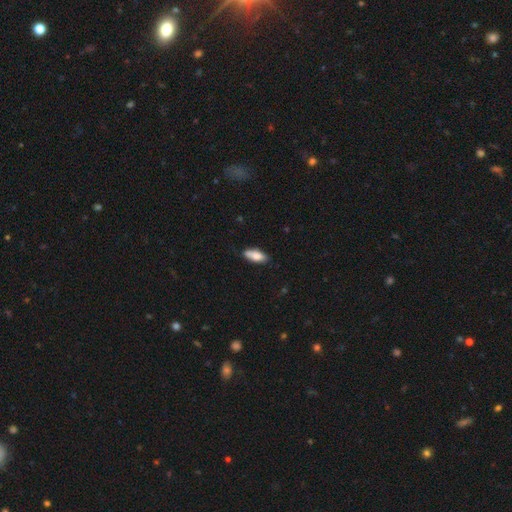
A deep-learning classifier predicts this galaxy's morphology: Q: Smooth or featured?
A: smooth (82%); runner-up: featured or disk (12%)
Q: How rounded?
A: in between (76%); runner-up: cigar-shaped (22%)
Q: Merging?
A: none (76%); runner-up: minor disturbance (19%)